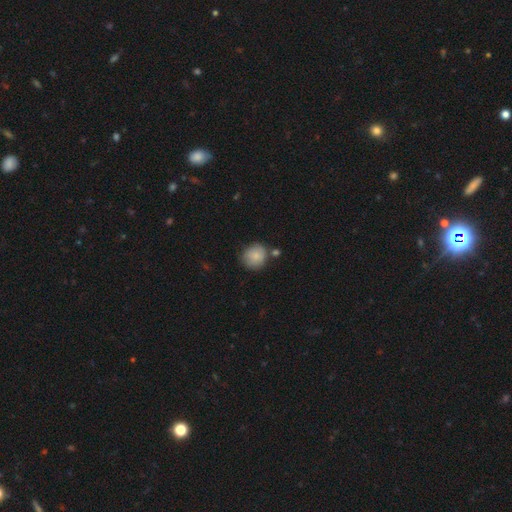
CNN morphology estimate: This appears to be a smooth galaxy with no disk features (84%) that is round (85%). Merging: none (68%).